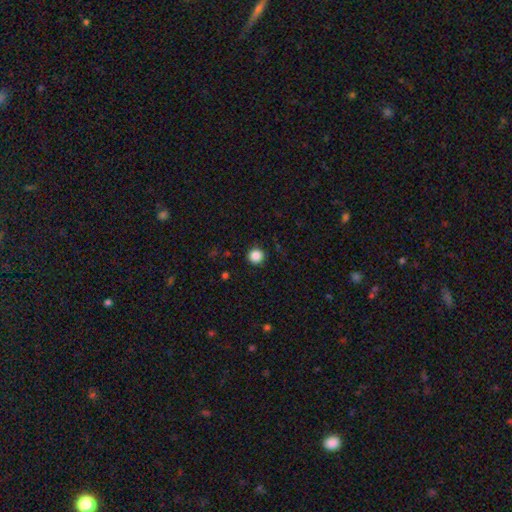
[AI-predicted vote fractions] smooth-or-featured: smooth: 87% | star or artifact: 10% | featured or disk: 3%
  how-rounded: round: 96% | in between: 3% | cigar-shaped: 1%
  merging: none: 91% | minor disturbance: 6% | major disturbance: 2% | merger: 1%